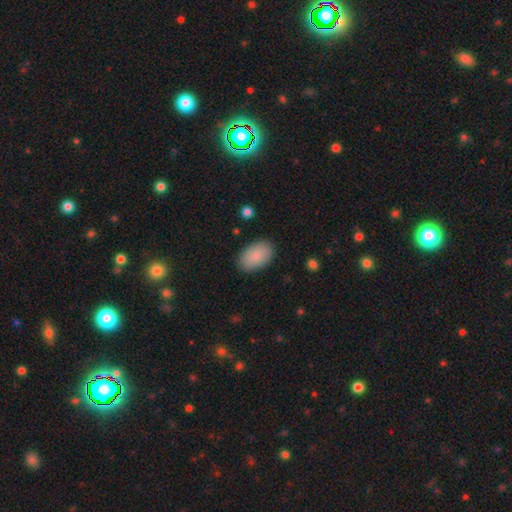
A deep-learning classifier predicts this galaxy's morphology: type=smooth (88%); roundness=in between (93%); merging=none (88%).